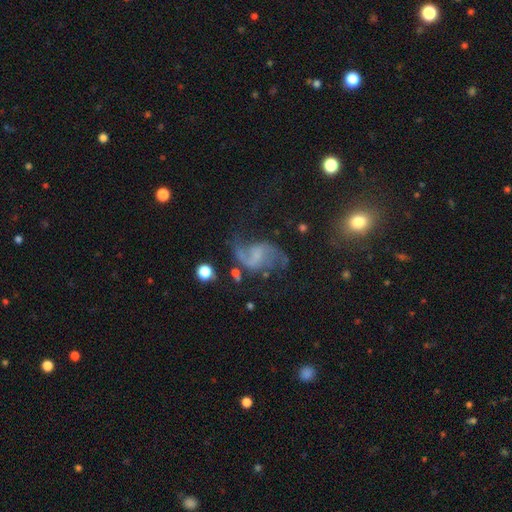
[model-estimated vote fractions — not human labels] A featured or disk galaxy (82%) with a weak bar (47%), 2 (89%) loose (67%) spiral arms (93%) and no central bulge (49%). Merging: none (57%).